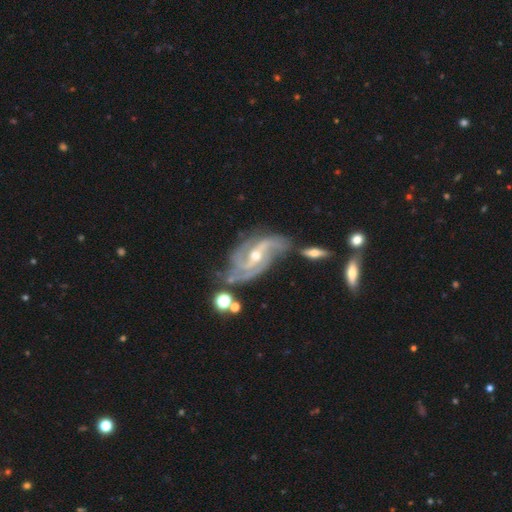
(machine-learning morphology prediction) A featured or disk galaxy (90%) with a weak bar (42%), 2 (42%) medium (49%) spiral arms (98%) and a moderate central bulge (51%). Merging: none (54%).